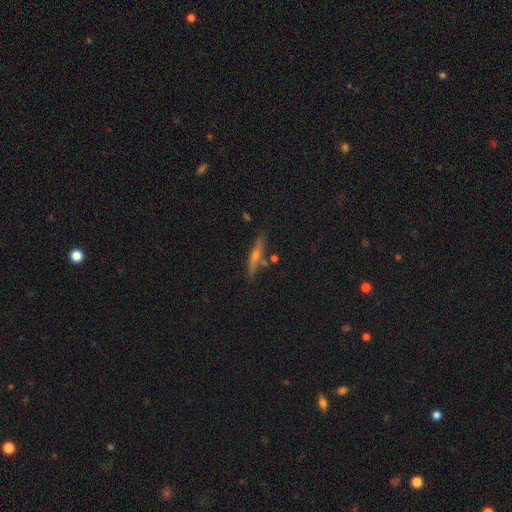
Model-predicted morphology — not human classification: type=featured or disk (62%); edge-on=yes (94%); edge-on bulge=rounded (82%); merging=none (80%).